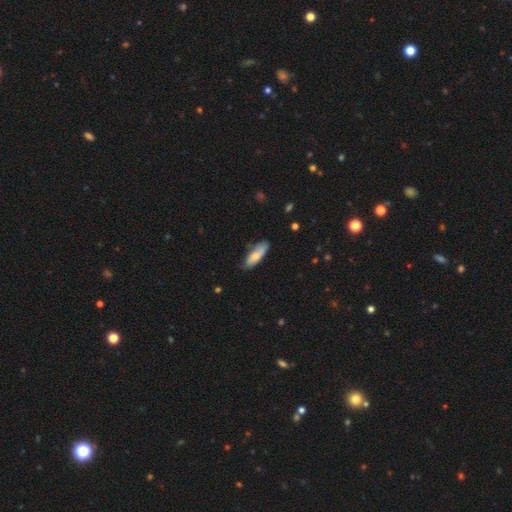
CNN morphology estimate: Smooth or featured?
  - smooth: 68% *
  - featured or disk: 26%
  - star or artifact: 6%
How rounded?
  - in between: 60% *
  - cigar-shaped: 38%
  - round: 2%
Merging?
  - none: 67% *
  - minor disturbance: 26%
  - major disturbance: 4%
  - merger: 2%